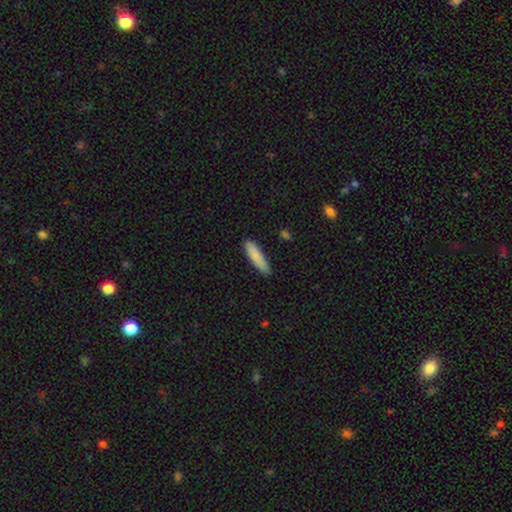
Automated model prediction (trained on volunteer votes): Smooth or featured: smooth — 85% (featured or disk — 9%)
How rounded: cigar-shaped — 78% (in between — 21%)
Merging: none — 83% (minor disturbance — 13%)